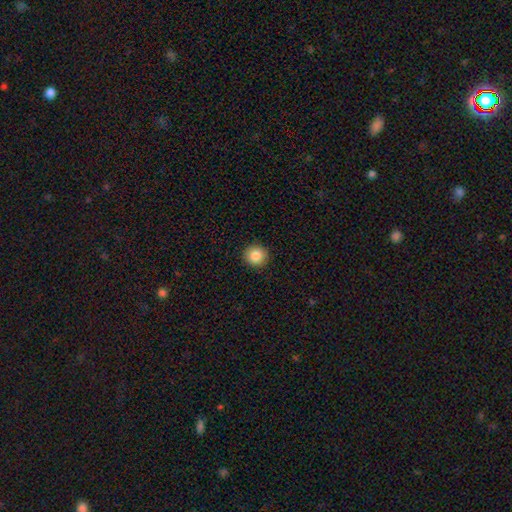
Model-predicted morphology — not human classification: Overall: smooth (85%). How rounded: round (93%). Merging: none (92%).